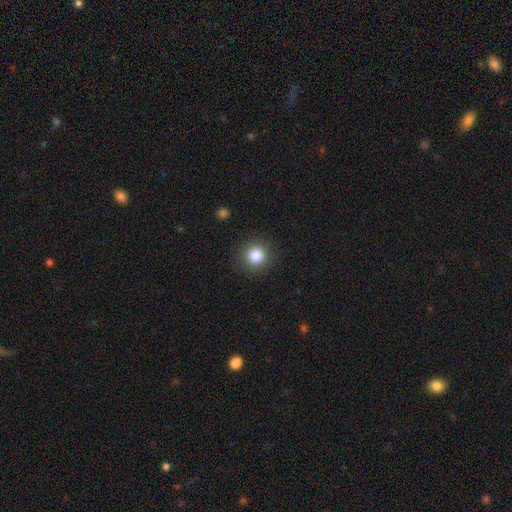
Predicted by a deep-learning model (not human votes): smooth 84%, star or artifact 11%, featured or disk 5%. Down the decision tree: how rounded — round (94%); merging — none (90%).